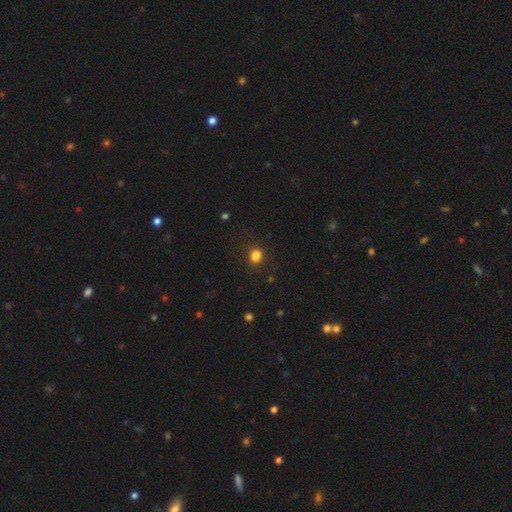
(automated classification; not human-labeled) This appears to be a smooth galaxy with no disk features (83%) that is round (66%). Merging: none (85%).